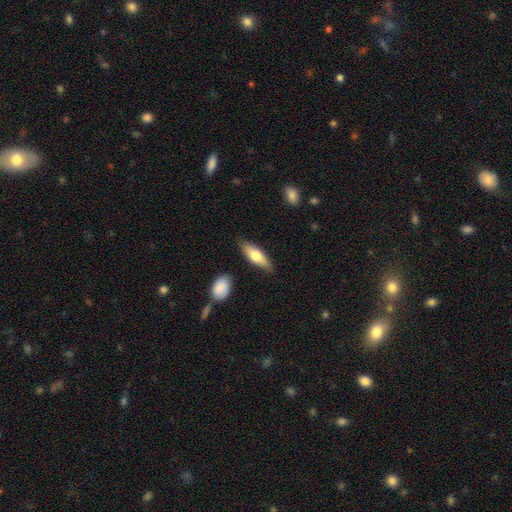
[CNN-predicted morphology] A smooth galaxy with no disk features (68%) that is in between round and cigar-shaped (56%).

Vote fractions:
- Smooth or featured? smooth: 68% / featured or disk: 27% / star or artifact: 6%
- How rounded? in between: 56% / cigar-shaped: 42% / round: 2%
- Merging? none: 83% / minor disturbance: 12% / major disturbance: 2% / merger: 2%